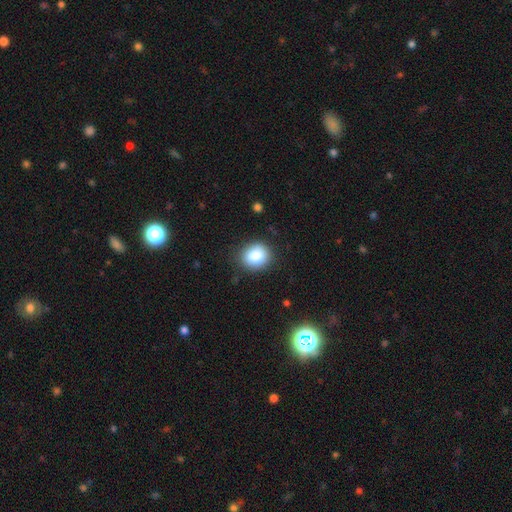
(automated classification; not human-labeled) A smooth galaxy with no disk features (84%) that is round (68%). Merging: none (85%).